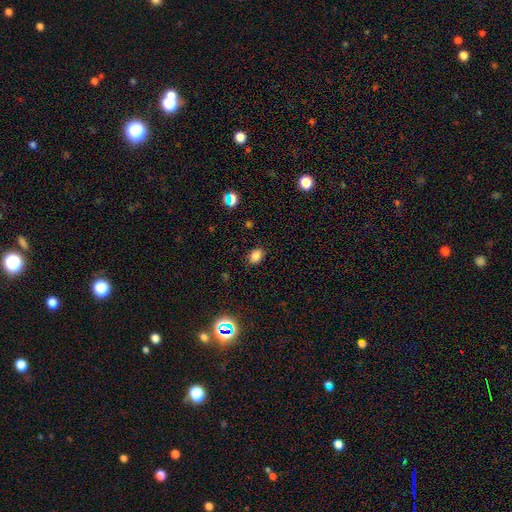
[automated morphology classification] smooth_or_featured: smooth (p=0.80) [alt: star or artifact p=0.15]
how_rounded: in between (p=0.65) [alt: round p=0.34]
merging: none (p=0.84) [alt: minor disturbance p=0.12]